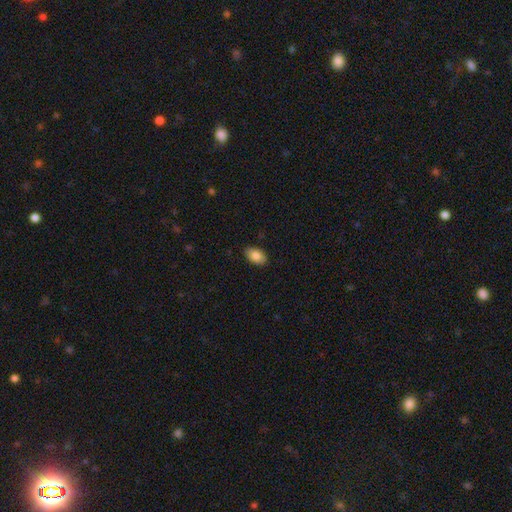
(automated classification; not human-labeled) smooth-or-featured: smooth: 84% | featured or disk: 8% | star or artifact: 7%
  how-rounded: in between: 90% | round: 8% | cigar-shaped: 1%
  merging: none: 88% | minor disturbance: 9% | major disturbance: 2% | merger: 1%